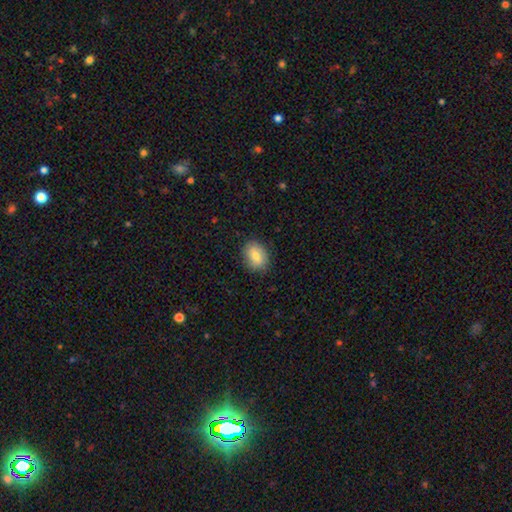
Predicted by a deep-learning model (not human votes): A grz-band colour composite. It shows a smooth galaxy with no disk features (79%) that is in between round and cigar-shaped (60%). Merging: none (84%).